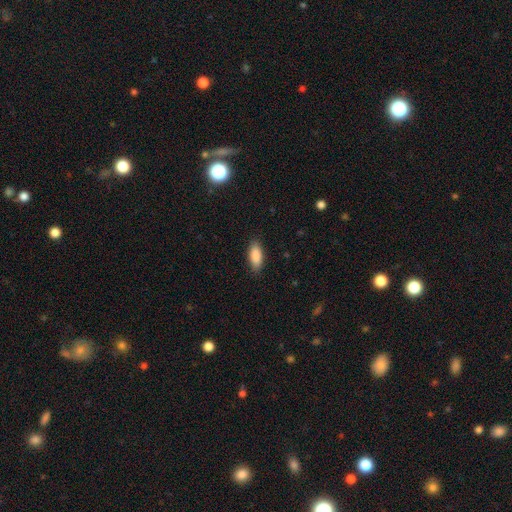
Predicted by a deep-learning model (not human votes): smooth-or-featured: smooth: 89% | star or artifact: 6% | featured or disk: 5%
  how-rounded: in between: 81% | cigar-shaped: 17% | round: 2%
  merging: none: 87% | minor disturbance: 10% | major disturbance: 2% | merger: 1%